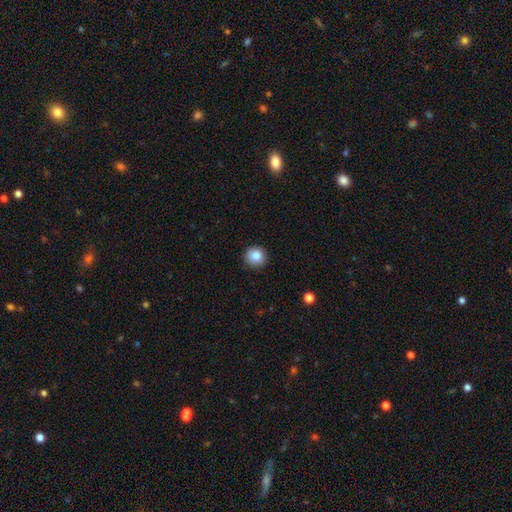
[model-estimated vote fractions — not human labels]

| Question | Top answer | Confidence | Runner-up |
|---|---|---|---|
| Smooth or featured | smooth | 85% | star or artifact (9%) |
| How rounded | round | 93% | in between (6%) |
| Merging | none | 91% | minor disturbance (6%) |